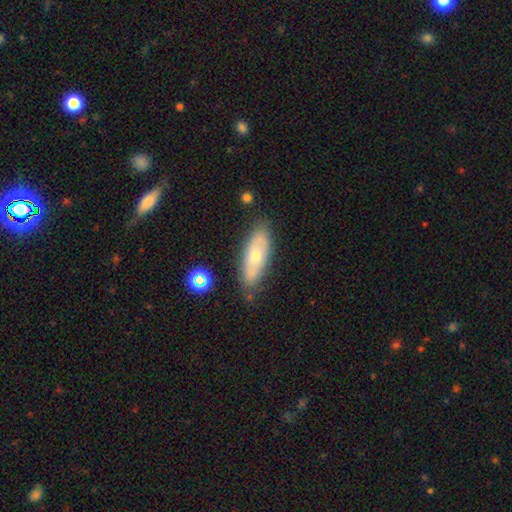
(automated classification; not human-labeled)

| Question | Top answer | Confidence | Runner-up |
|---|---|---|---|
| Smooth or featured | smooth | 51% | featured or disk (42%) |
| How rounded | in between | 68% | cigar-shaped (29%) |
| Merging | none | 77% | minor disturbance (16%) |